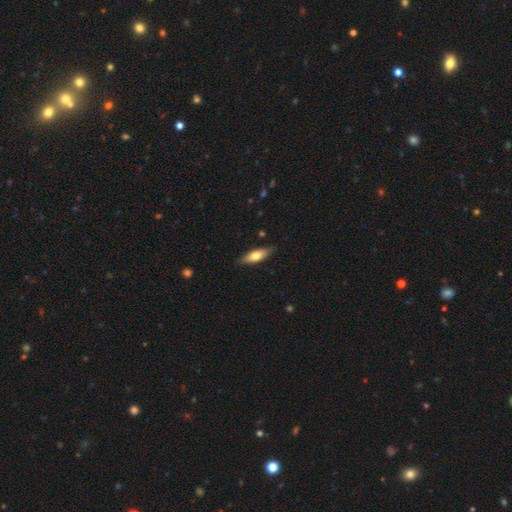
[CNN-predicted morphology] type=smooth (70%); roundness=in between (61%); merging=none (85%).